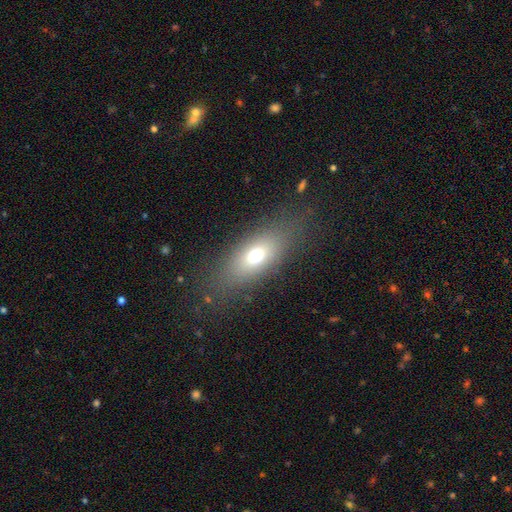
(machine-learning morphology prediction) This is likely a smooth galaxy (66%). How rounded: likely in between (75%). Merging: likely none (77%).